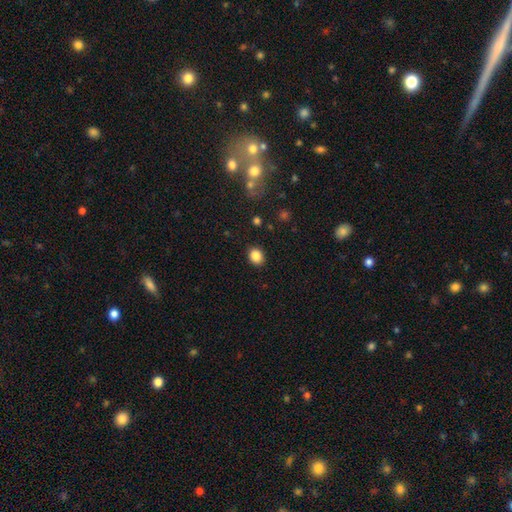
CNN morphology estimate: smooth-or-featured: smooth: 85% | star or artifact: 10% | featured or disk: 4%
  how-rounded: round: 55% | in between: 44% | cigar-shaped: 1%
  merging: none: 89% | minor disturbance: 7% | major disturbance: 2% | merger: 1%